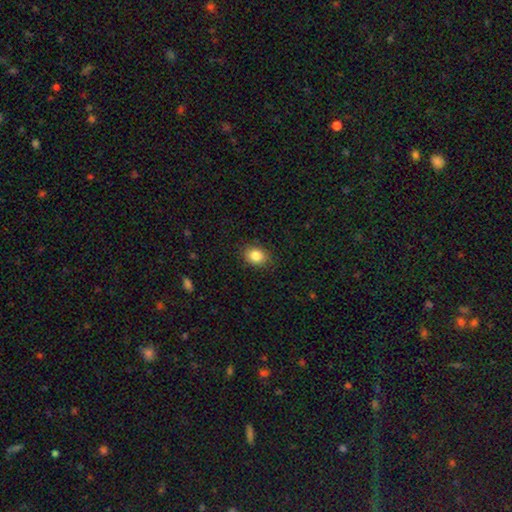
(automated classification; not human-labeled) This appears to be a smooth galaxy with no disk features (85%) that is in between round and cigar-shaped (54%). Merging: none (87%).